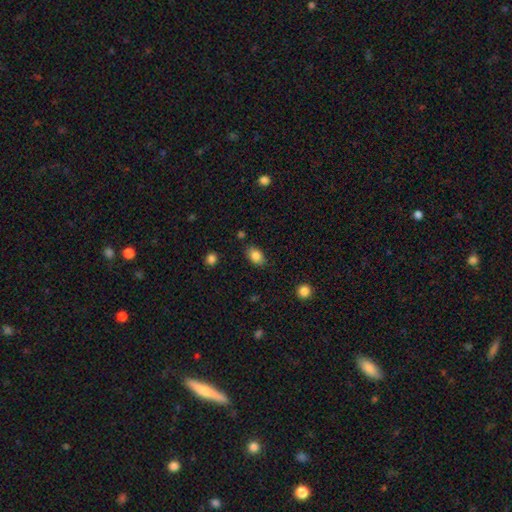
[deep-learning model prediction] smooth-or-featured: smooth: 85% | star or artifact: 9% | featured or disk: 7%
  how-rounded: in between: 84% | round: 15% | cigar-shaped: 2%
  merging: none: 82% | minor disturbance: 13% | major disturbance: 3% | merger: 3%